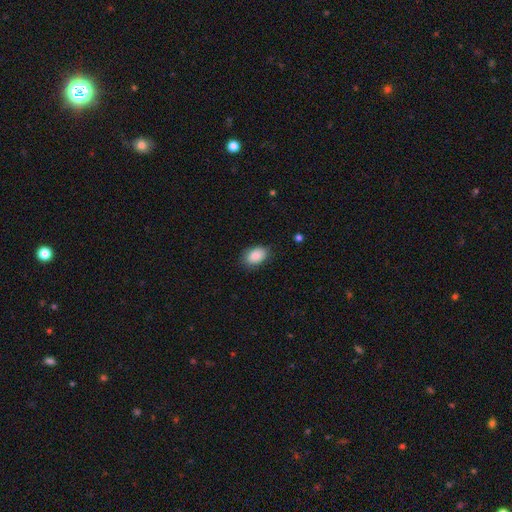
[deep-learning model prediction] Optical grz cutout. It shows a smooth galaxy with no disk features (89%) that is in between round and cigar-shaped (89%). Merging: none (81%).